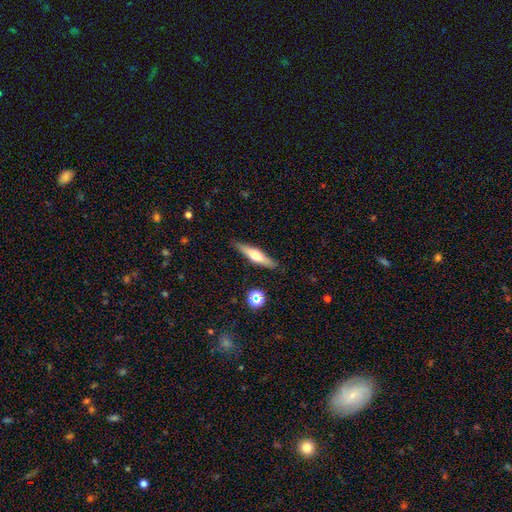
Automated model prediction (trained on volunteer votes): smooth_or_featured: featured or disk (p=0.50) [alt: smooth p=0.43]
disk_edge_on: yes (p=0.93) [alt: no p=0.07]
merging: none (p=0.87) [alt: minor disturbance p=0.09]